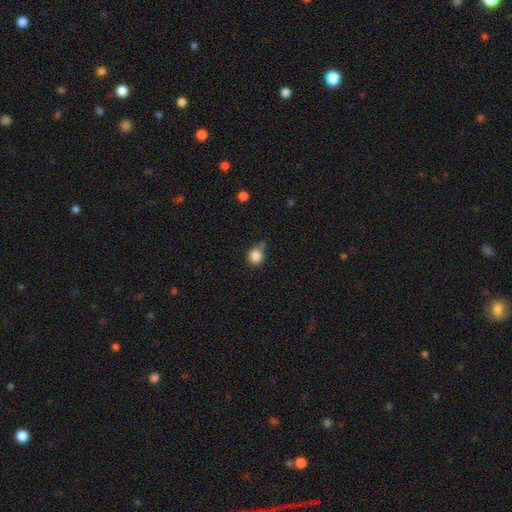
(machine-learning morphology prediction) smooth_or_featured: smooth (p=0.85) [alt: star or artifact p=0.10]
how_rounded: round (p=0.81) [alt: in between p=0.18]
merging: none (p=0.56) [alt: minor disturbance p=0.29]